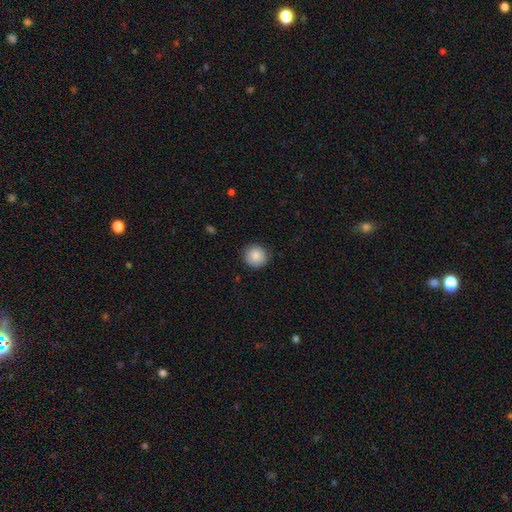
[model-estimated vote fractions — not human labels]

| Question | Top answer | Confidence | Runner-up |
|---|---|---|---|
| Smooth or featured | smooth | 86% | star or artifact (8%) |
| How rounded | round | 92% | in between (7%) |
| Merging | none | 86% | minor disturbance (11%) |